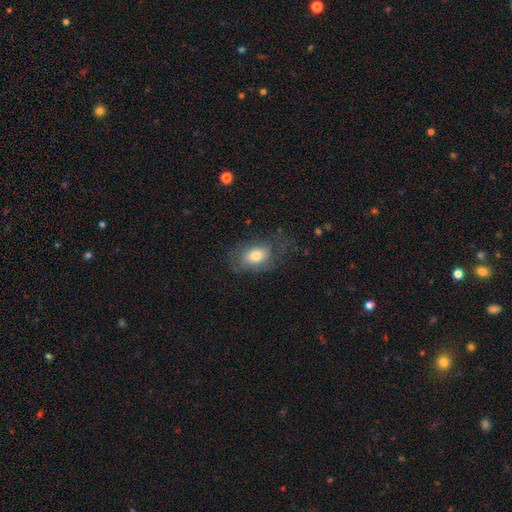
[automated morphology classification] Smooth or featured?
  - smooth: 71% *
  - featured or disk: 20%
  - star or artifact: 8%
How rounded?
  - in between: 82% *
  - round: 17%
  - cigar-shaped: 2%
Merging?
  - none: 57% *
  - minor disturbance: 23%
  - major disturbance: 18%
  - merger: 1%